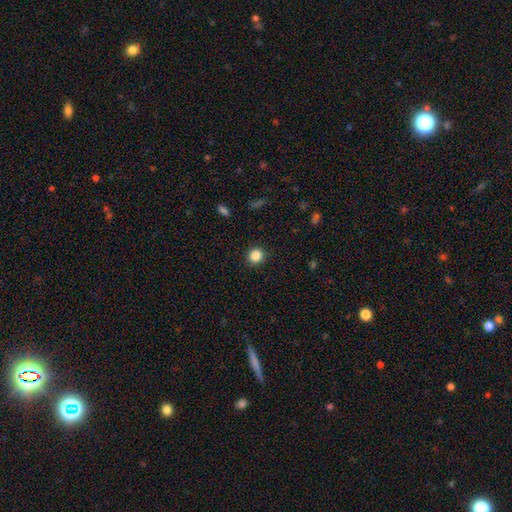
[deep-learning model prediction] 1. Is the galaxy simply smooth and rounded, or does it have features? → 85% smooth, 11% star or artifact, 4% featured or disk.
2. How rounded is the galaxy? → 89% round, 10% in between, 1% cigar-shaped.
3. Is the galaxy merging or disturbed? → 91% none, 6% minor disturbance, 2% major disturbance, 1% merger.